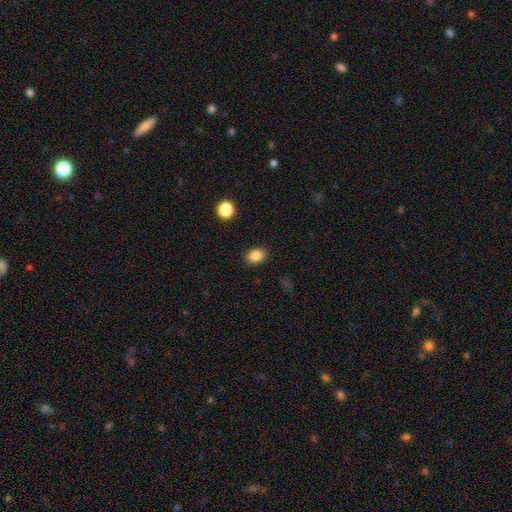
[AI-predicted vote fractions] Smooth or featured? smooth (85%)
How rounded? in between (67%)
Merging? none (88%)